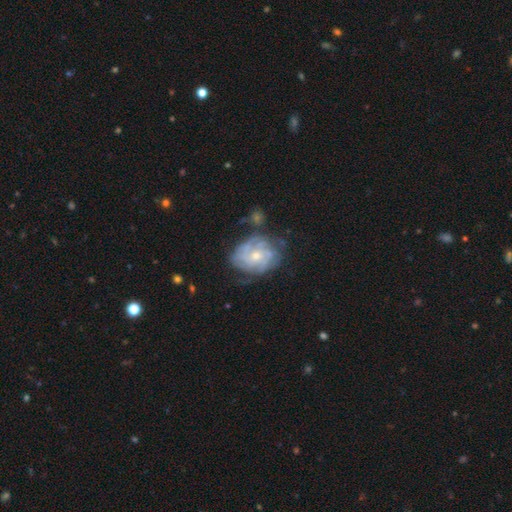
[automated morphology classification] Smooth or featured? featured or disk (77%)
Edge-on disk? no (97%)
Bar? no (75%)
Spiral arms? yes (86%)
Spiral winding? tight (60%)
Spiral arm count? can't tell (45%)
Bulge size? small (48%, tied with moderate)
Merging? none (60%)